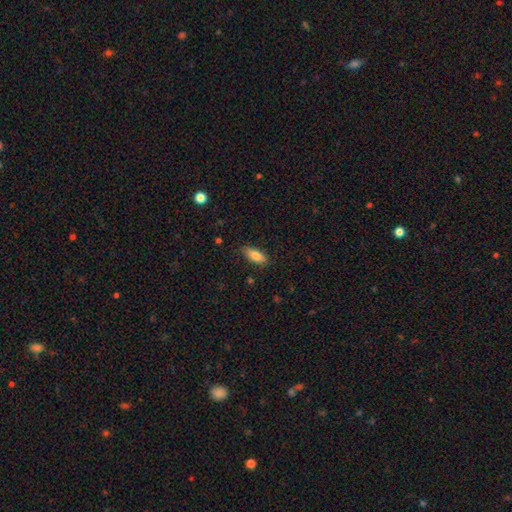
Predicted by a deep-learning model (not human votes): Q: Smooth or featured?
A: smooth (81%); runner-up: featured or disk (12%)
Q: How rounded?
A: in between (78%); runner-up: cigar-shaped (20%)
Q: Merging?
A: none (85%); runner-up: minor disturbance (12%)